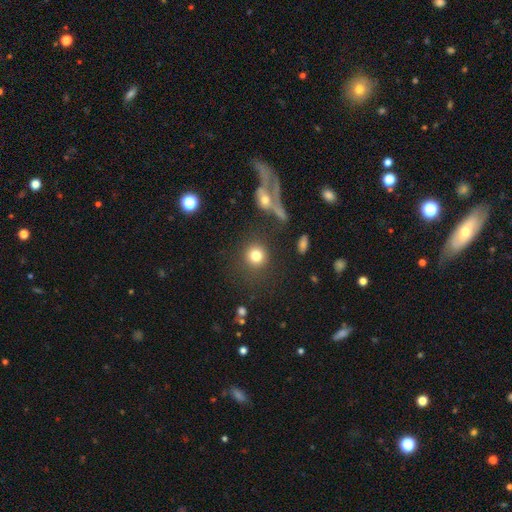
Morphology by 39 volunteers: A smooth galaxy with no disk features (79%) that is round (100%).

Vote fractions:
- Smooth or featured? smooth: 79% / featured or disk: 13% / star or artifact: 8%
- How rounded? round: 100% / in between: 0% / cigar-shaped: 0%
- Merging? none: 78% / major disturbance: 14% / minor disturbance: 8% / merger: 0%